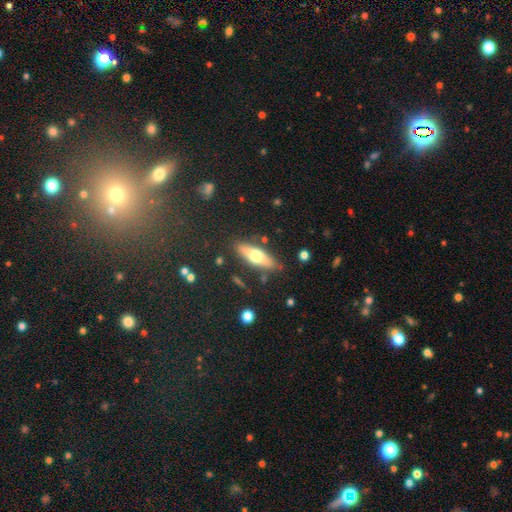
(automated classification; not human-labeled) Morphology: type=smooth (51%); roundness=in between (49%); merging=none (82%).